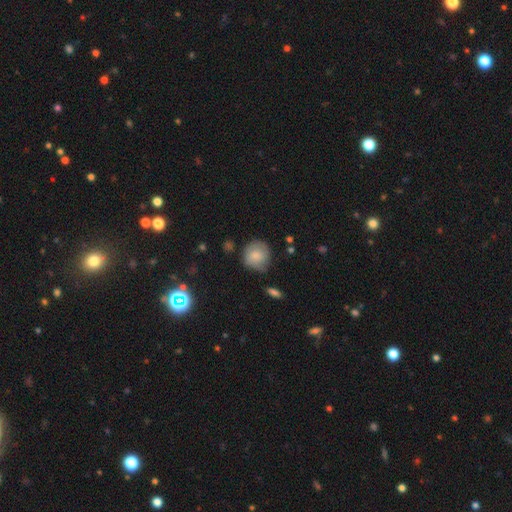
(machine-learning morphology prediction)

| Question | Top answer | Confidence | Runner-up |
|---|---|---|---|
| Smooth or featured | smooth | 74% | featured or disk (18%) |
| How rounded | round | 86% | in between (13%) |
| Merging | none | 67% | minor disturbance (24%) |